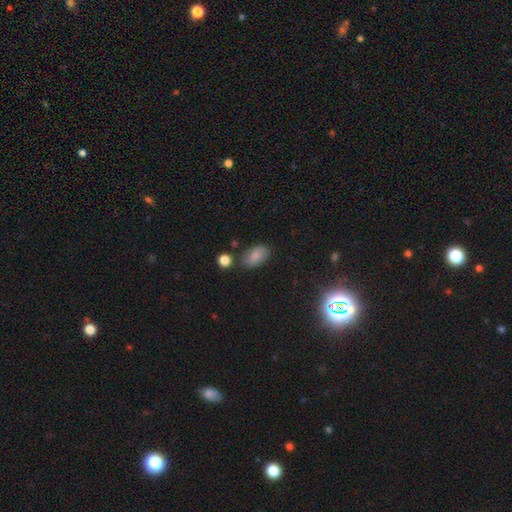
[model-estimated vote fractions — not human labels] Smooth or featured? smooth (82%)
How rounded? in between (92%)
Merging? none (75%)